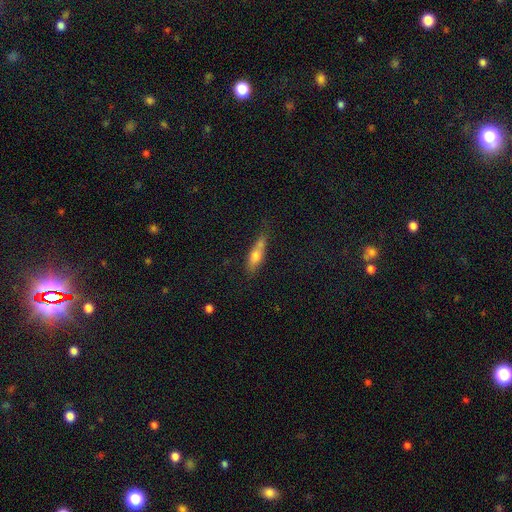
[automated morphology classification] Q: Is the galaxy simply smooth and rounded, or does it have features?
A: smooth — 68%.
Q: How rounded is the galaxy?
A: in between — 53%.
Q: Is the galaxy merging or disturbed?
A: none — 47%.